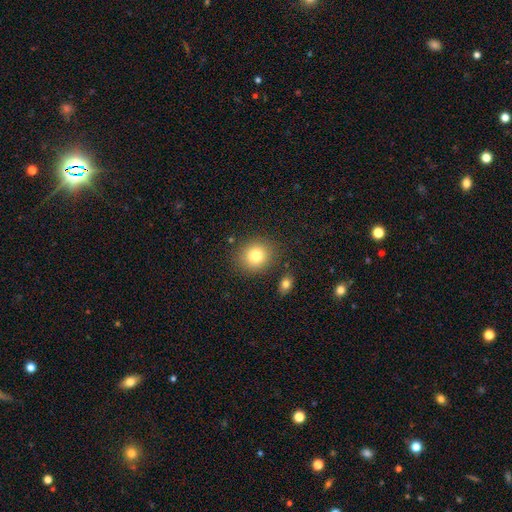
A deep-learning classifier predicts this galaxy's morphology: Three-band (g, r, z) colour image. It shows a smooth galaxy with no disk features (81%) that is round (80%). Merging: none (84%).